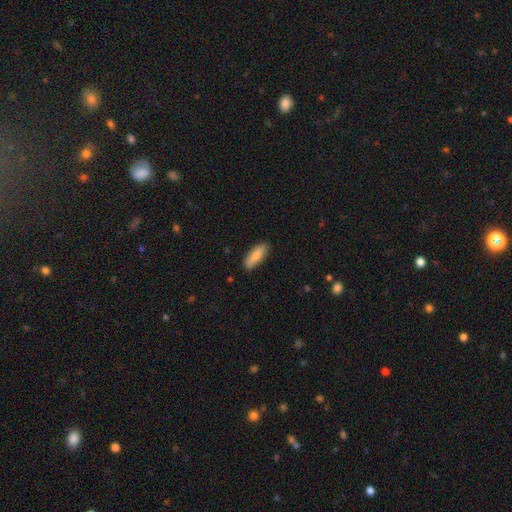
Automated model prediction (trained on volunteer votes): A smooth galaxy with no disk features (78%) that is in between round and cigar-shaped (54%). Merging: none (86%).